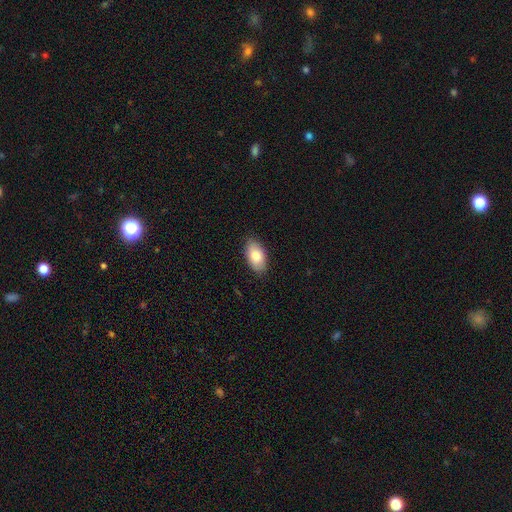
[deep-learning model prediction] Q: Smooth or featured?
A: smooth (81%); runner-up: featured or disk (12%)
Q: How rounded?
A: in between (94%); runner-up: round (4%)
Q: Merging?
A: none (86%); runner-up: minor disturbance (11%)